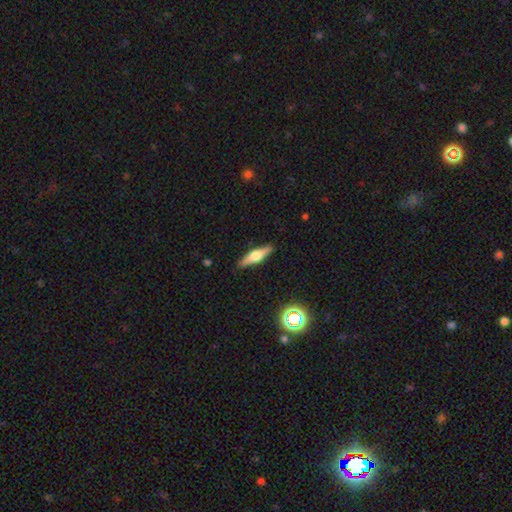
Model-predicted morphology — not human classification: This is possibly a featured or disk galaxy (55%). It is clearly viewed edge-on (95%). Edge-on bulge: clearly rounded (91%). Merging: clearly none (89%).